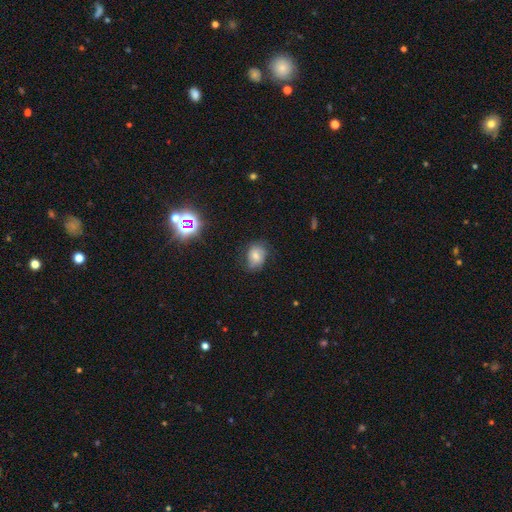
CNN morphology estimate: This is likely a smooth galaxy (62%). How rounded: possibly in between (59%). Merging: likely none (67%).